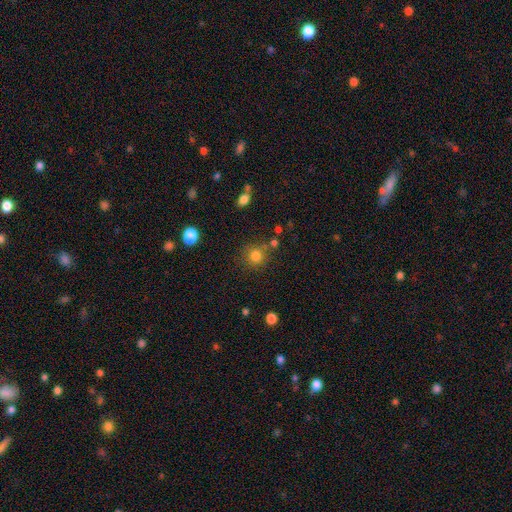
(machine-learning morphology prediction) Smooth or featured?
  - smooth: 80% *
  - star or artifact: 14%
  - featured or disk: 6%
How rounded?
  - round: 90% *
  - in between: 9%
  - cigar-shaped: 1%
Merging?
  - none: 77% *
  - minor disturbance: 11%
  - merger: 8%
  - major disturbance: 4%